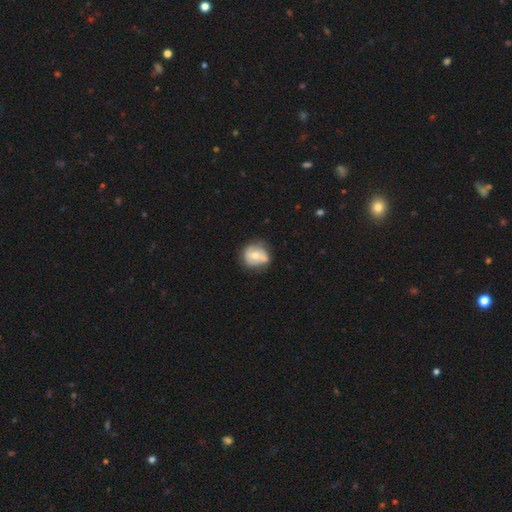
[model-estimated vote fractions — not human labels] smooth_or_featured: smooth (p=0.55) [alt: featured or disk p=0.37]
how_rounded: round (p=0.80) [alt: in between p=0.19]
merging: none (p=0.61) [alt: minor disturbance p=0.26]